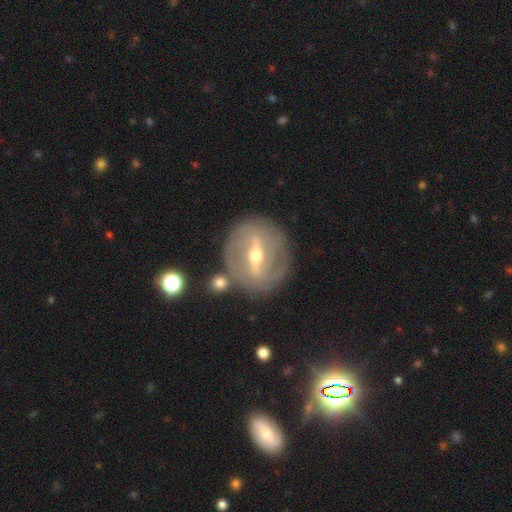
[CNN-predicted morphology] type=featured or disk (80%); edge-on=no (89%); bar=strong (64%); spiral arms=yes (68%); bulge=moderate (68%); merging=none (79%).